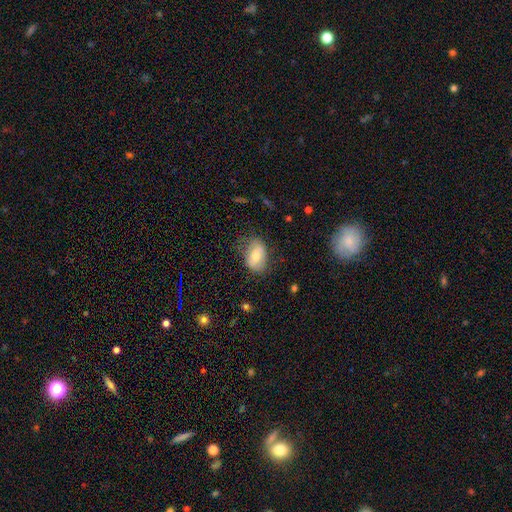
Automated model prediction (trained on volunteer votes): Smooth or featured? smooth (64%)
How rounded? in between (82%)
Merging? none (67%)